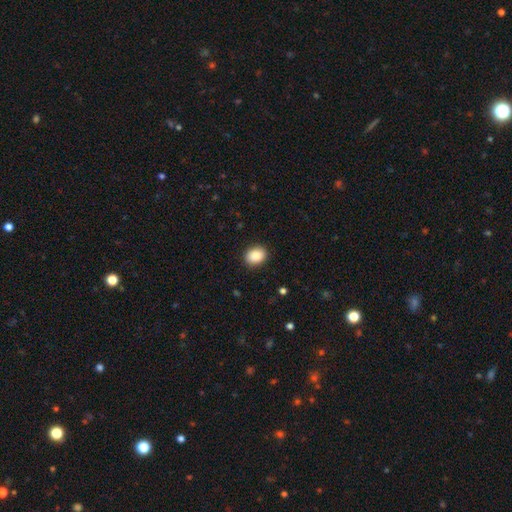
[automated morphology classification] Smooth or featured: smooth — 89% (star or artifact — 8%)
How rounded: in between — 59% (round — 40%)
Merging: none — 90% (minor disturbance — 7%)